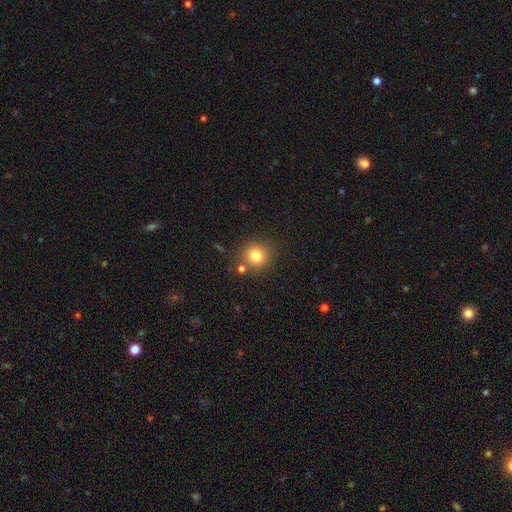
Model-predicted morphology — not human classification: Smooth or featured?
  - smooth: 80% *
  - star or artifact: 13%
  - featured or disk: 7%
How rounded?
  - round: 91% *
  - in between: 8%
  - cigar-shaped: 1%
Merging?
  - none: 78% *
  - minor disturbance: 10%
  - merger: 9%
  - major disturbance: 3%